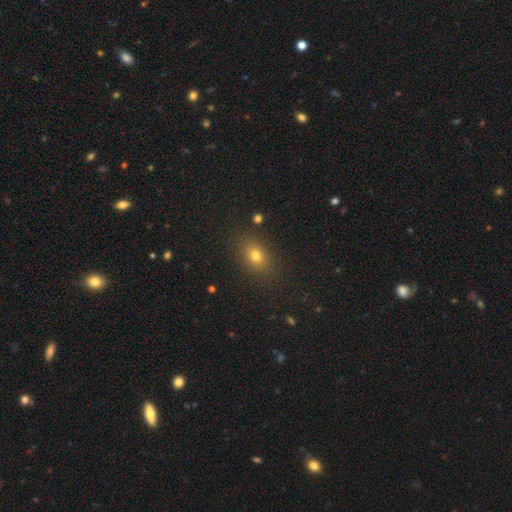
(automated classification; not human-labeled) smooth_or_featured: smooth (p=0.73) [alt: star or artifact p=0.16]
how_rounded: in between (p=0.66) [alt: round p=0.31]
merging: none (p=0.85) [alt: minor disturbance p=0.10]